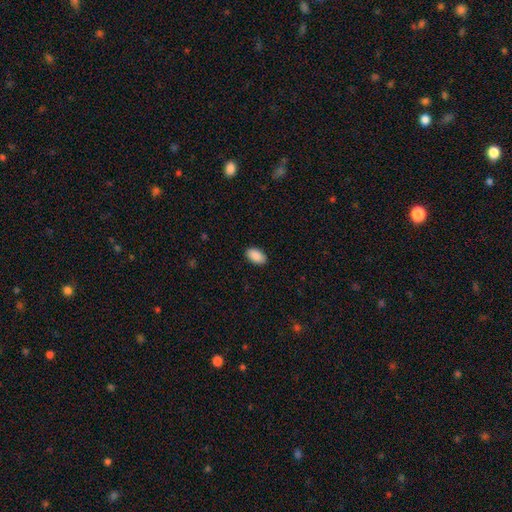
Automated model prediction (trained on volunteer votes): This appears to be a smooth galaxy with no disk features (90%) that is in between round and cigar-shaped (95%). Merging: none (89%).